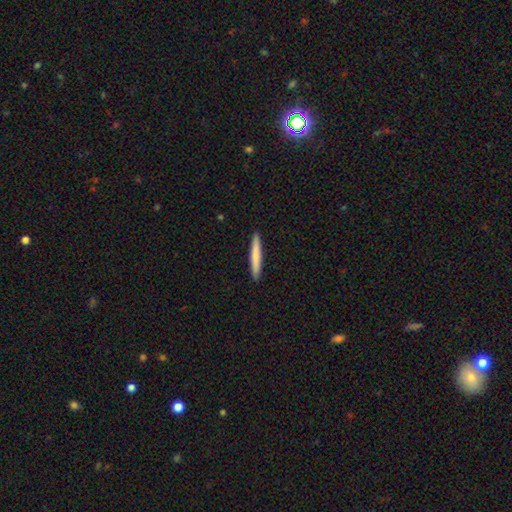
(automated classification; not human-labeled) This is likely a smooth galaxy (75%). How rounded: clearly cigar-shaped (96%). Merging: clearly none (93%).